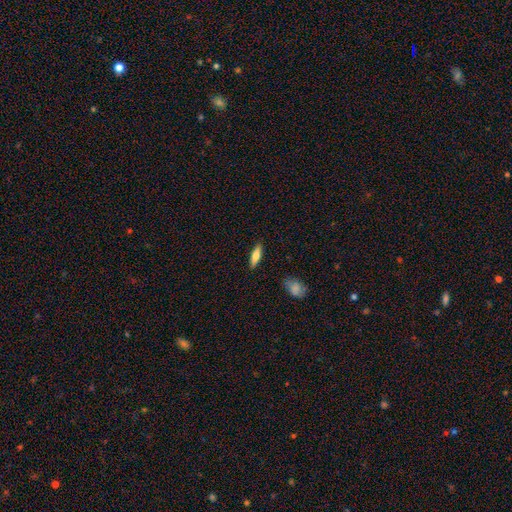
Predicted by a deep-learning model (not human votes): The model was most divided on "how rounded": cigar-shaped: 54%, in between: 44%, round: 2%. More confident: merging — none (88%); smooth or featured — smooth (68%).